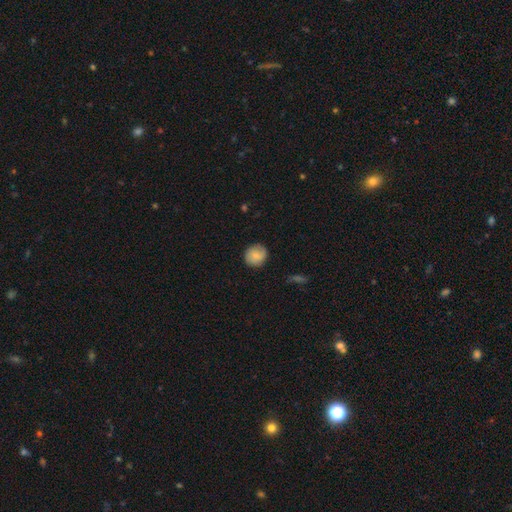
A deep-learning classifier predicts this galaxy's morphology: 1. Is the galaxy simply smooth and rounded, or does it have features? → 72% smooth, 20% featured or disk, 7% star or artifact.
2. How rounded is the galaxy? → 86% round, 13% in between, 1% cigar-shaped.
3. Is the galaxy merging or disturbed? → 85% none, 11% minor disturbance, 3% major disturbance, 1% merger.